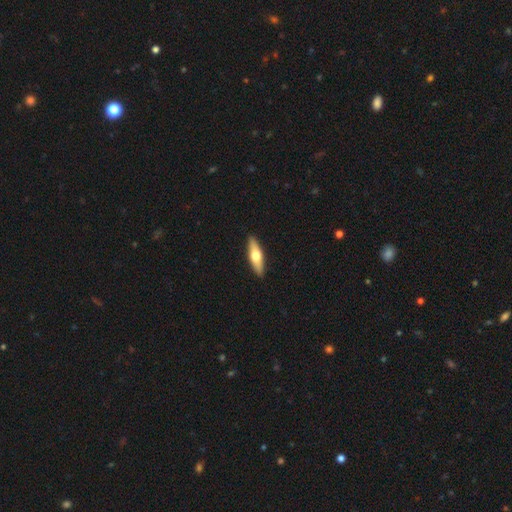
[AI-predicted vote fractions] smooth 52%, featured or disk 43%, star or artifact 5%. Down the decision tree: how rounded — cigar-shaped (56%); merging — none (91%).